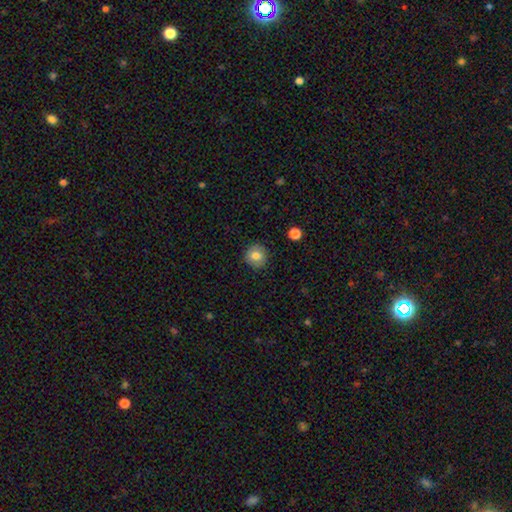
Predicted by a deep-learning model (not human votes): A smooth galaxy with no disk features (79%) that is round (91%). Merging: none (89%).